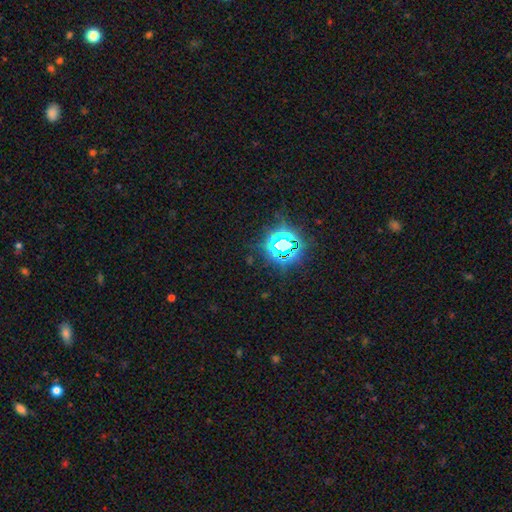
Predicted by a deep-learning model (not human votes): Smooth or featured: star or artifact — 80% (smooth — 13%)